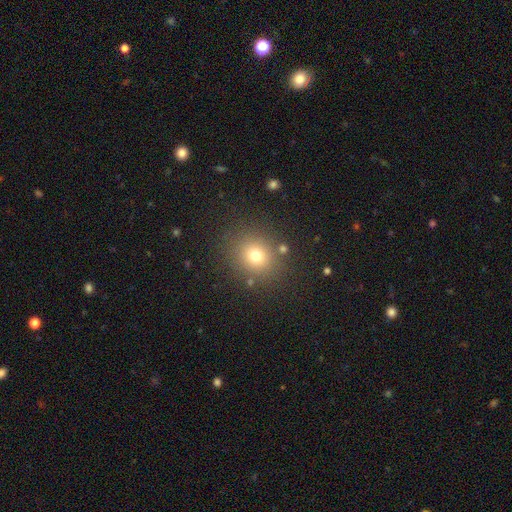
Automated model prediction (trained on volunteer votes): smooth_or_featured: smooth (p=0.74) [alt: star or artifact p=0.17]
how_rounded: round (p=0.80) [alt: in between p=0.20]
merging: none (p=0.83) [alt: minor disturbance p=0.09]